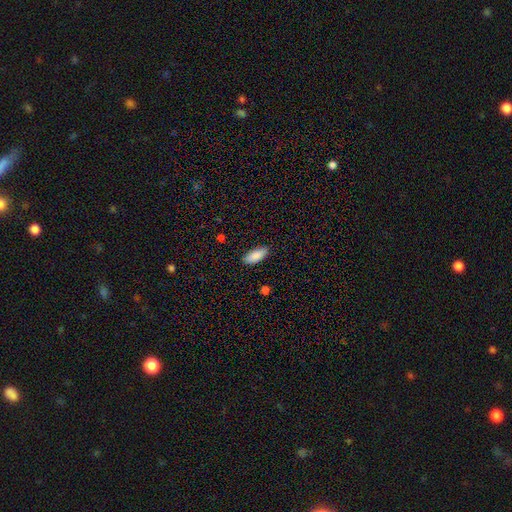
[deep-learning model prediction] This is clearly a smooth galaxy (88%). How rounded: clearly in between (84%). Merging: clearly none (87%).